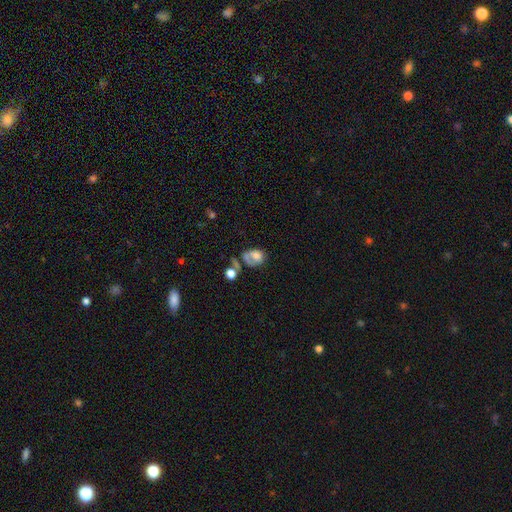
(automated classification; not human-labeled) smooth-or-featured: smooth: 59% | featured or disk: 30% | star or artifact: 12%
  how-rounded: in between: 62% | round: 36% | cigar-shaped: 1%
  merging: major disturbance: 33% | none: 26% | merger: 20% | minor disturbance: 20%